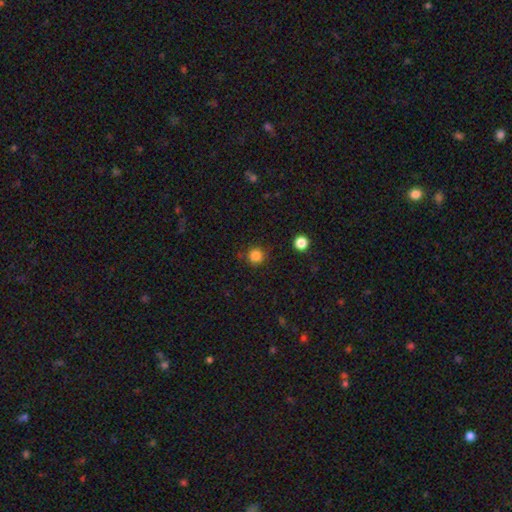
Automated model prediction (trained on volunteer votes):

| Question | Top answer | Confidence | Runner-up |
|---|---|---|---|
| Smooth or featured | smooth | 83% | star or artifact (13%) |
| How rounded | round | 95% | in between (4%) |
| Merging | none | 87% | minor disturbance (8%) |